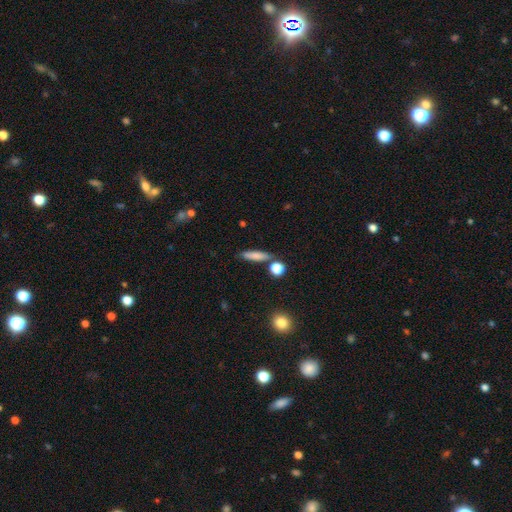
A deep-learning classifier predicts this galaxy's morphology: Smooth or featured? Predicted: smooth (p=0.78). How rounded? Predicted: cigar-shaped (p=0.70). Merging? Predicted: none (p=0.78).